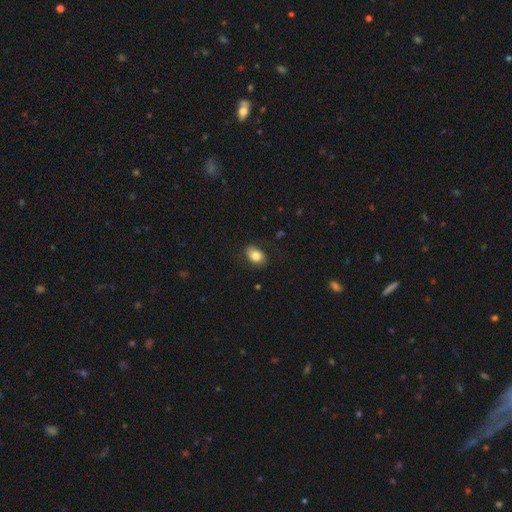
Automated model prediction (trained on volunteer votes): Overall: smooth (82%). How rounded: in between (82%). Merging: none (79%).